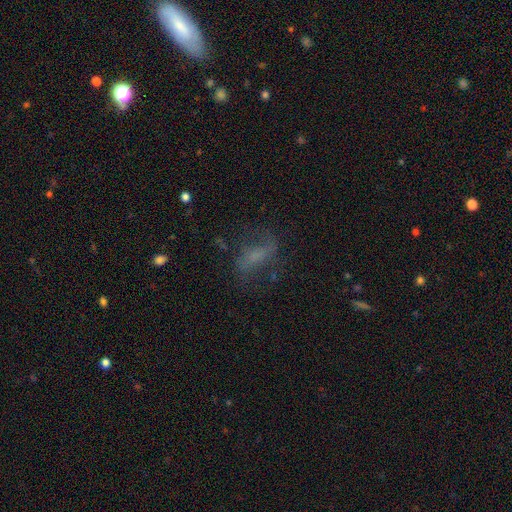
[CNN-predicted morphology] Q: Smooth or featured?
A: featured or disk (44%); runner-up: smooth (37%)
Q: Merging?
A: none (59%); runner-up: major disturbance (19%)